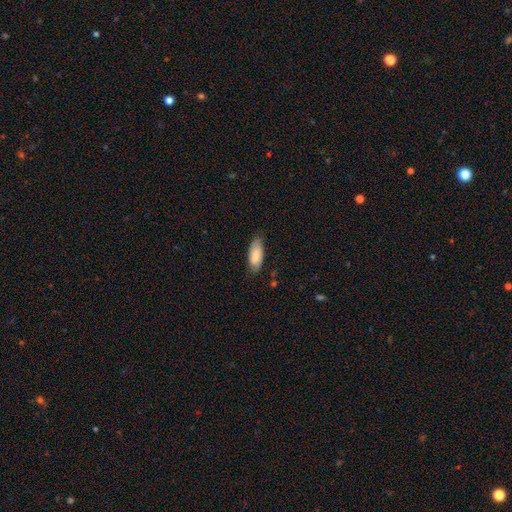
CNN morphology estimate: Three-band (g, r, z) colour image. It shows a smooth galaxy with no disk features (78%) that is in between round and cigar-shaped (84%). Merging: none (73%).